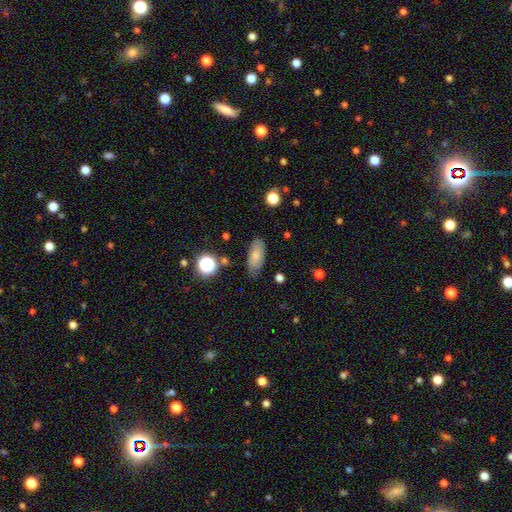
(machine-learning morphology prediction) This appears to be a smooth galaxy with no disk features (74%) that is in between round and cigar-shaped (83%). Merging: none (78%).